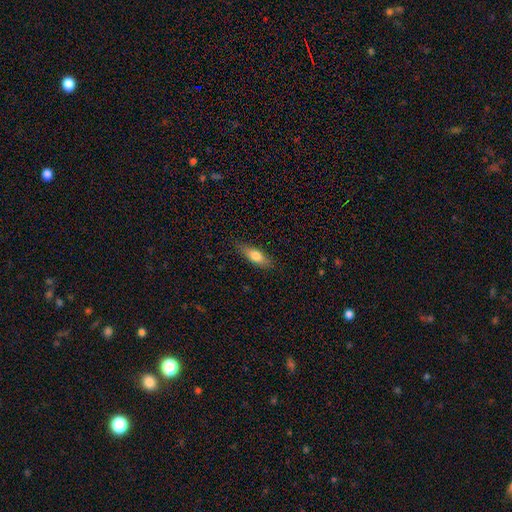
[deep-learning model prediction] smooth-or-featured: smooth: 70% | featured or disk: 23% | star or artifact: 7%
  how-rounded: in between: 54% | cigar-shaped: 43% | round: 3%
  merging: none: 85% | minor disturbance: 12% | major disturbance: 2% | merger: 1%